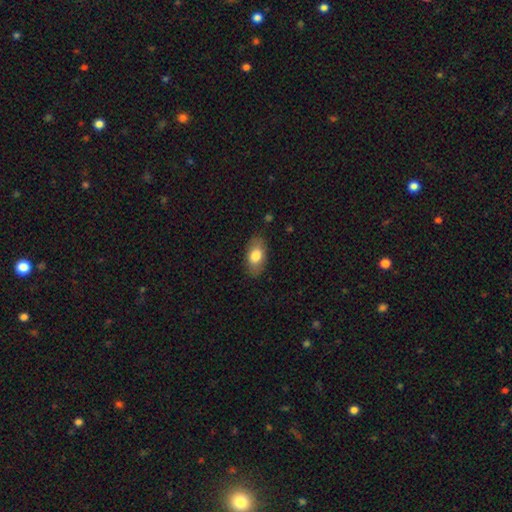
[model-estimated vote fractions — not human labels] The model was most divided on "smooth or featured": smooth: 77%, featured or disk: 16%, star or artifact: 6%. More confident: how rounded — in between (92%); merging — none (82%).